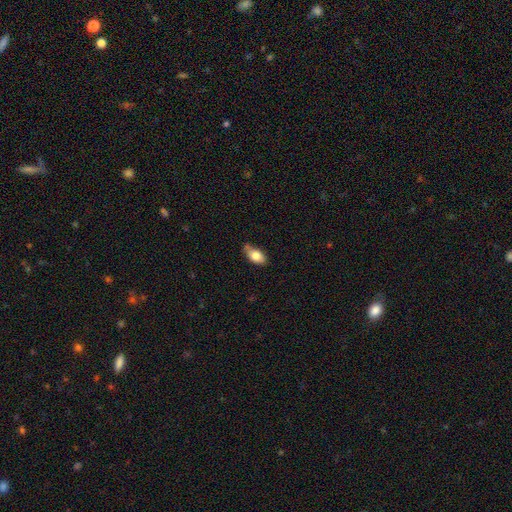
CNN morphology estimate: This appears to be a smooth galaxy with no disk features (79%) that is in between round and cigar-shaped (90%). Merging: none (63%).